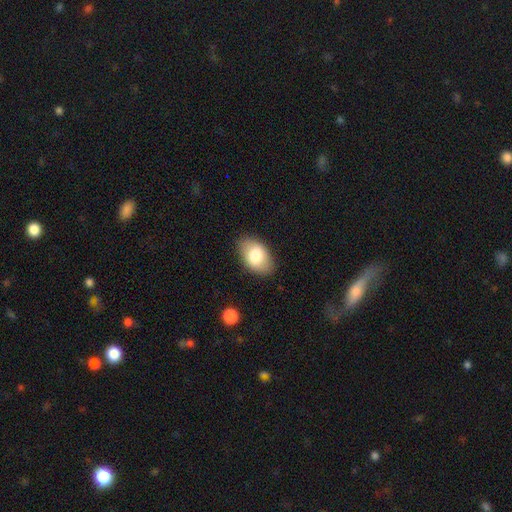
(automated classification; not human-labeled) Q: Smooth or featured?
A: smooth (80%); runner-up: featured or disk (14%)
Q: How rounded?
A: in between (92%); runner-up: round (7%)
Q: Merging?
A: none (84%); runner-up: minor disturbance (12%)